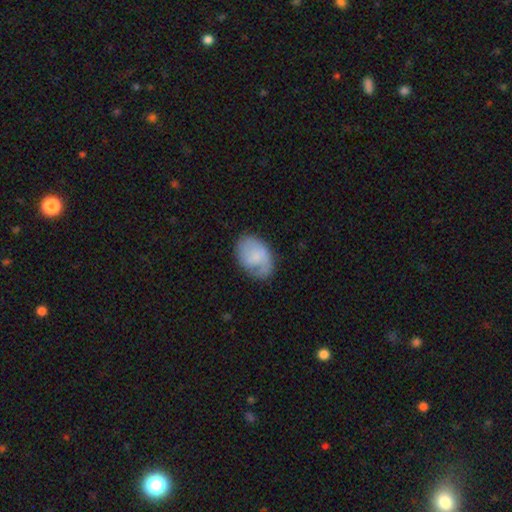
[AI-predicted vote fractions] smooth-or-featured: smooth: 61% | featured or disk: 33% | star or artifact: 7%
  how-rounded: in between: 83% | round: 16% | cigar-shaped: 1%
  merging: none: 60% | minor disturbance: 27% | major disturbance: 11% | merger: 2%